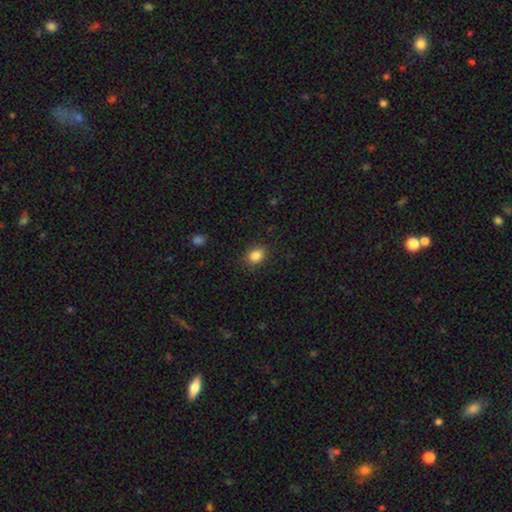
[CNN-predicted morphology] This appears to be a smooth galaxy with no disk features (85%) that is in between round and cigar-shaped (56%). Merging: none (87%).